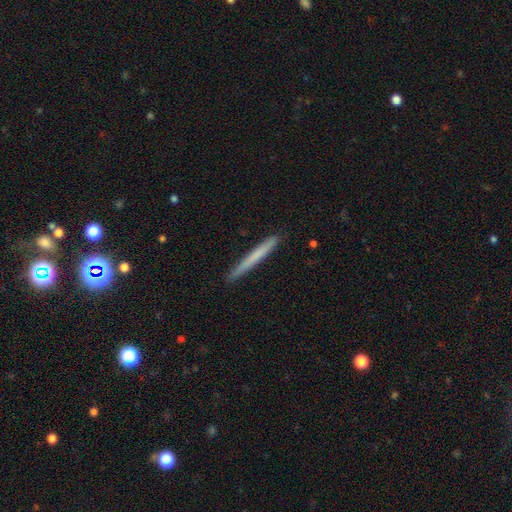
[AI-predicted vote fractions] A smooth galaxy with no disk features (66%) that is cigar-shaped (97%).

Vote fractions:
- Smooth or featured? smooth: 66% / featured or disk: 29% / star or artifact: 6%
- How rounded? cigar-shaped: 97% / in between: 2% / round: 1%
- Merging? none: 91% / minor disturbance: 7% / major disturbance: 1% / merger: 1%